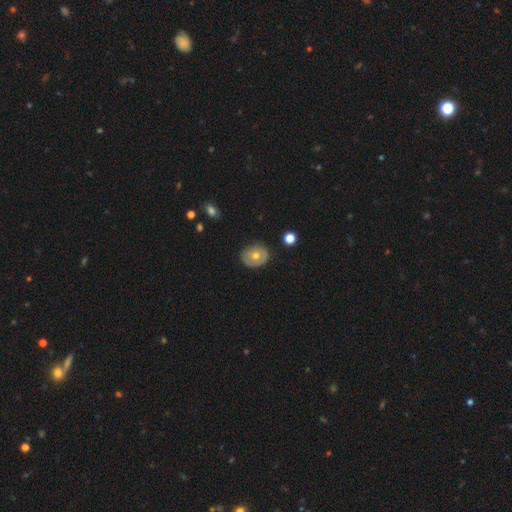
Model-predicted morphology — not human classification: This is possibly a smooth galaxy (50%). How rounded: possibly round (59%). Merging: likely none (79%).